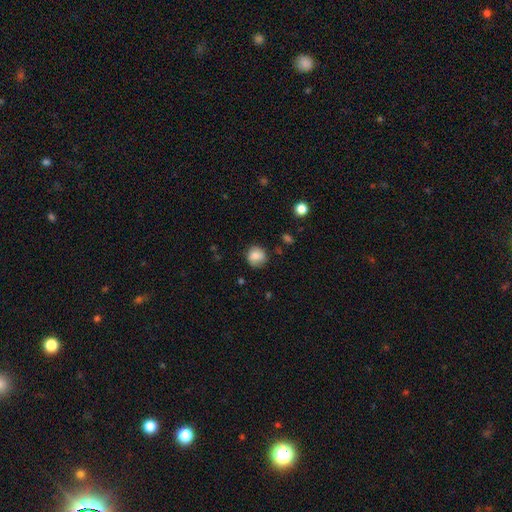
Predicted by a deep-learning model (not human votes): A smooth galaxy with no disk features (82%) that is round (86%). Merging: none (76%).